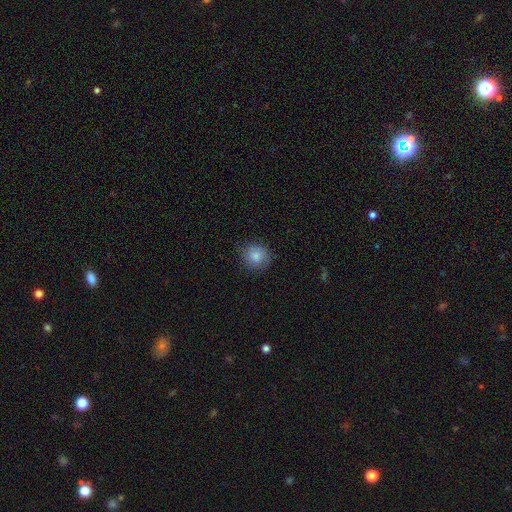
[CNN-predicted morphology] smooth 84%, star or artifact 9%, featured or disk 7%. Down the decision tree: how rounded — round (85%); merging — none (83%).